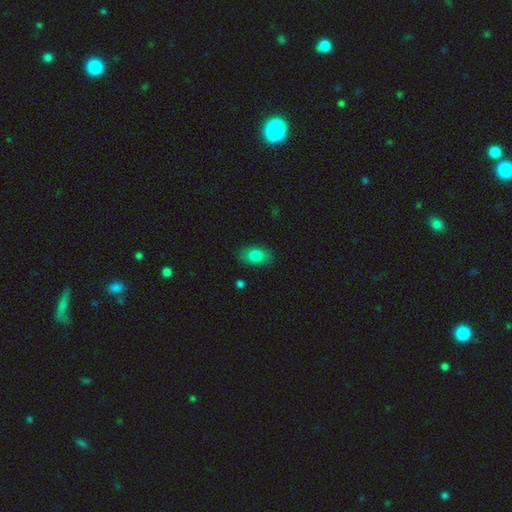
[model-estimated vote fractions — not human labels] Smooth or featured? Predicted: smooth (p=0.82). How rounded? Predicted: in between (p=0.89). Merging? Predicted: none (p=0.85).